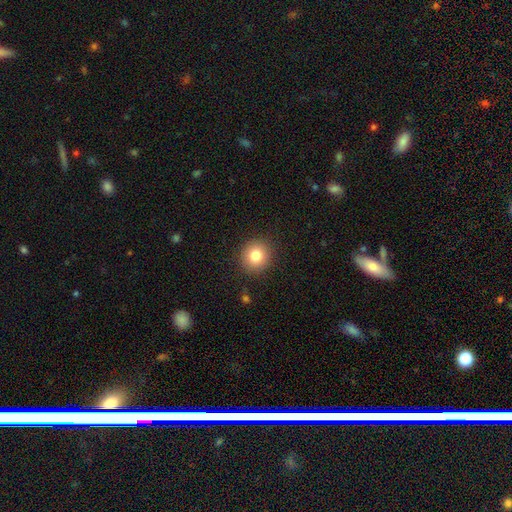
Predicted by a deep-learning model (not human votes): Morphology: type=smooth (82%); roundness=round (88%); merging=none (90%).